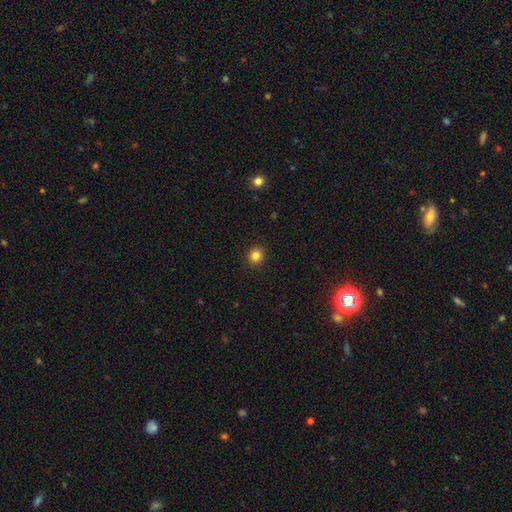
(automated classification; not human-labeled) This appears to be a smooth galaxy with no disk features (83%) that is round (94%). Merging: none (93%).